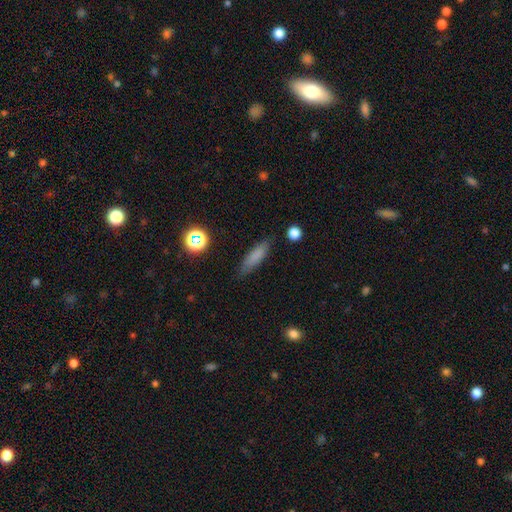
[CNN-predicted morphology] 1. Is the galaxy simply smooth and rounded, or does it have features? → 78% smooth, 13% featured or disk, 9% star or artifact.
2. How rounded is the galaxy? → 66% cigar-shaped, 31% in between, 3% round.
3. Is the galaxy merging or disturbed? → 82% none, 13% minor disturbance, 3% major disturbance, 2% merger.